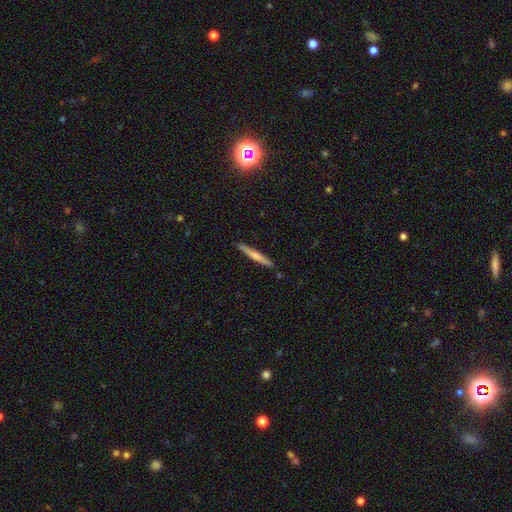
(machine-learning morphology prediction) This is possibly a smooth galaxy (57%). How rounded: clearly cigar-shaped (96%). Merging: clearly none (89%).